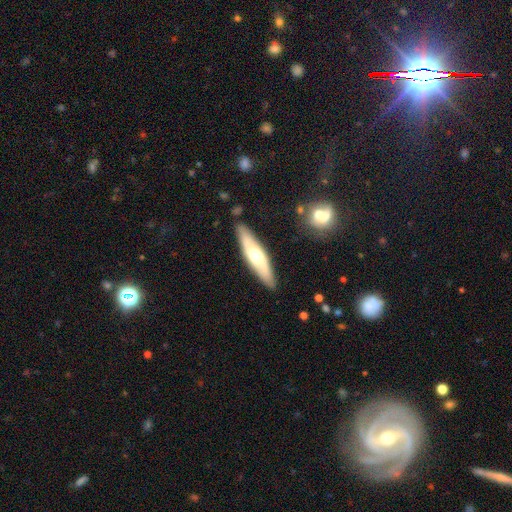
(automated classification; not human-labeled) Q: Smooth or featured?
A: featured or disk (51%); runner-up: smooth (44%)
Q: Edge-on disk?
A: yes (73%); runner-up: no (27%)
Q: Merging?
A: none (87%); runner-up: minor disturbance (9%)